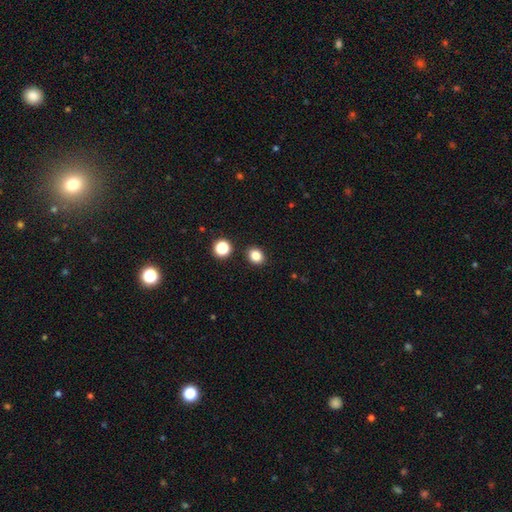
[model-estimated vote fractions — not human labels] Smooth or featured? smooth (84%)
How rounded? round (58%)
Merging? none (89%)